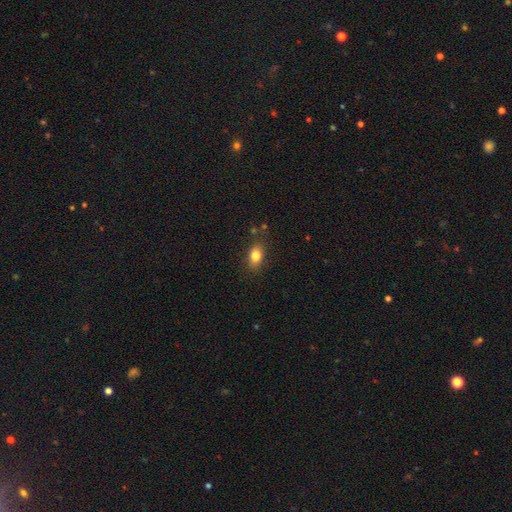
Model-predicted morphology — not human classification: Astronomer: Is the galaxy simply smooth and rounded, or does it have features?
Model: smooth — 81%.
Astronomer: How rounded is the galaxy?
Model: in between — 82%.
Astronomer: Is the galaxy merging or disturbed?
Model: none — 81%.